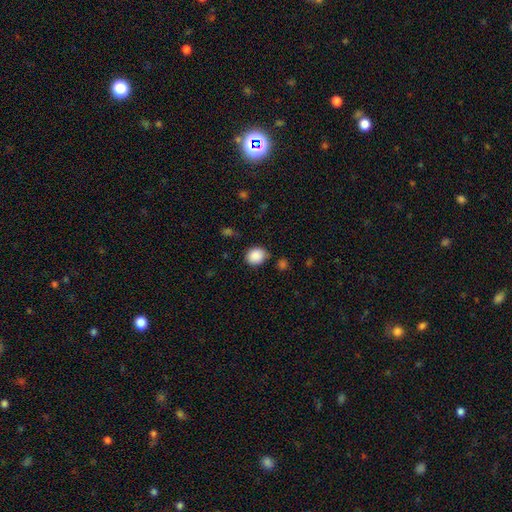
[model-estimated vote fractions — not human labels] A smooth galaxy with no disk features (89%) that is round (62%). Merging: none (77%).